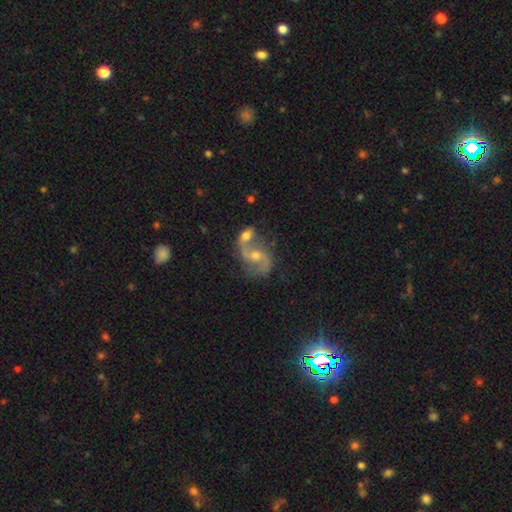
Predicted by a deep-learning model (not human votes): Overall: featured or disk (81%). Edge-on disk: no (97%). Bar: no (47%; weak 41%). Spiral arms: yes (93%). Spiral arm count: 2 (91%). Spiral winding: loose (48%; medium 43%). Bulge size: moderate (56%; small 36%). Merging: merger (46%; none 36%).